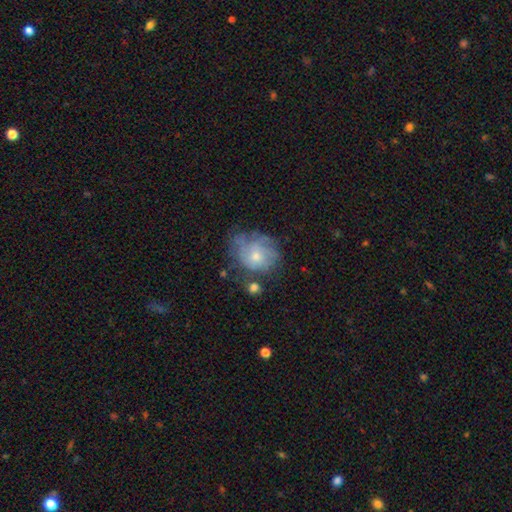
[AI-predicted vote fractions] This appears to be a featured or disk galaxy (53%) with no bar (83%), spiral arms (65%) and a small central bulge (50%). Merging: none (50%).